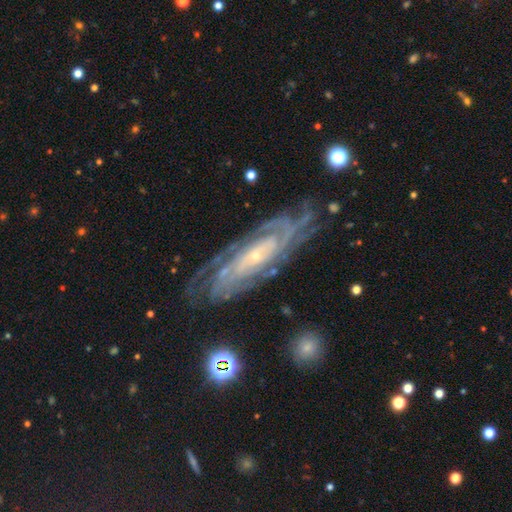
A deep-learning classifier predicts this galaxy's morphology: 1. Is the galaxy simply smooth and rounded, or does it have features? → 90% featured or disk, 6% star or artifact, 5% smooth.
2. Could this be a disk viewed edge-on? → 91% no, 9% yes.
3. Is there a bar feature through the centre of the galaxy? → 64% no, 24% weak, 12% strong.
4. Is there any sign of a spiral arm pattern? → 98% yes, 2% no.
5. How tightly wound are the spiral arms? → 77% tight, 20% medium, 3% loose.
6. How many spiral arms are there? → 26% can't tell, 22% 4, 16% 3, 15% more than 4, 14% 2, 7% 1.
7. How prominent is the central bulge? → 83% small, 12% moderate, 2% none, 1% large, 1% dominant.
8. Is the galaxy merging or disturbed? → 77% none, 16% minor disturbance, 5% major disturbance, 2% merger.